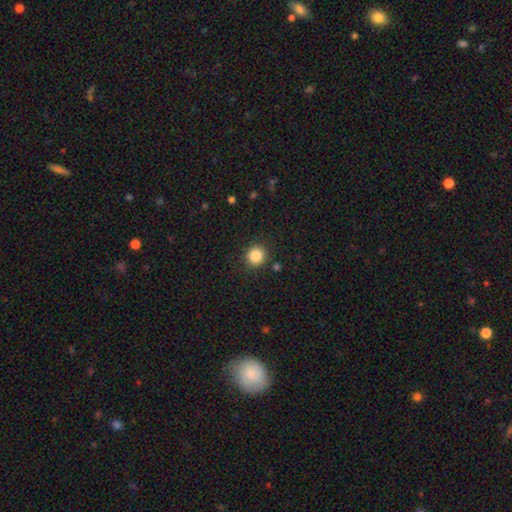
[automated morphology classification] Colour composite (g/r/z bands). It shows a smooth galaxy with no disk features (85%) that is round (93%). Merging: none (89%).